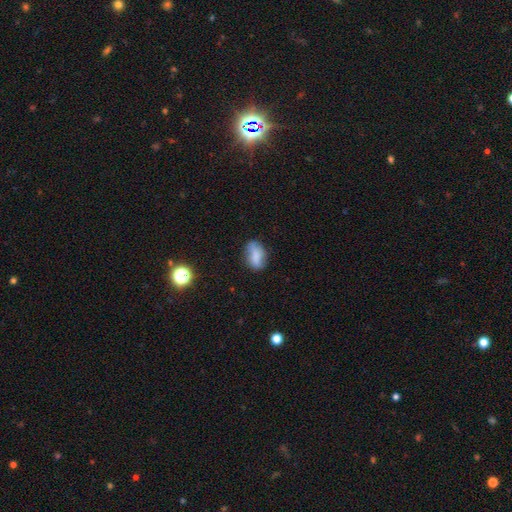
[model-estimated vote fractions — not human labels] Overall: smooth (73%). How rounded: in between (83%). Merging: none (62%; minor disturbance 27%).